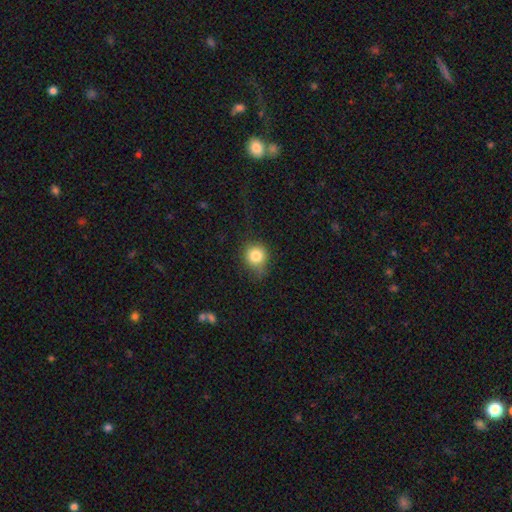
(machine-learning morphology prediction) Smooth or featured: smooth — 81% (star or artifact — 10%)
How rounded: round — 85% (in between — 14%)
Merging: none — 64% (minor disturbance — 25%)